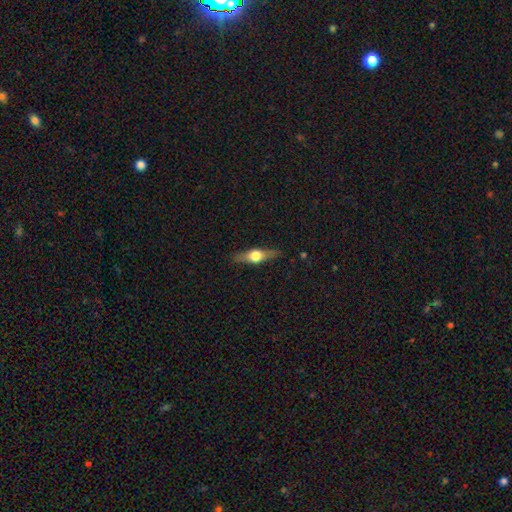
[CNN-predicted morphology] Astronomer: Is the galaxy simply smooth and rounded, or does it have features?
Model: featured or disk — 60%.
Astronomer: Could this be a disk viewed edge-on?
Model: yes — 94%.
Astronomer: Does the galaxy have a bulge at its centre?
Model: rounded — 95%.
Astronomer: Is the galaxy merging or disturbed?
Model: none — 86%.